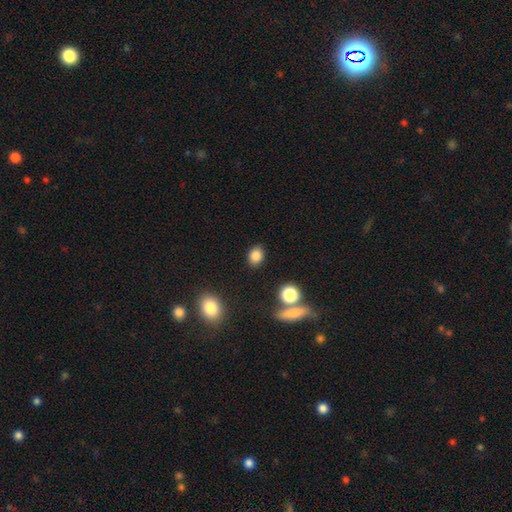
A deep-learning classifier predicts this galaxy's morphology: Smooth or featured?
  - smooth: 83% *
  - star or artifact: 12%
  - featured or disk: 6%
How rounded?
  - in between: 60% *
  - round: 38%
  - cigar-shaped: 1%
Merging?
  - none: 85% *
  - minor disturbance: 9%
  - merger: 3%
  - major disturbance: 3%